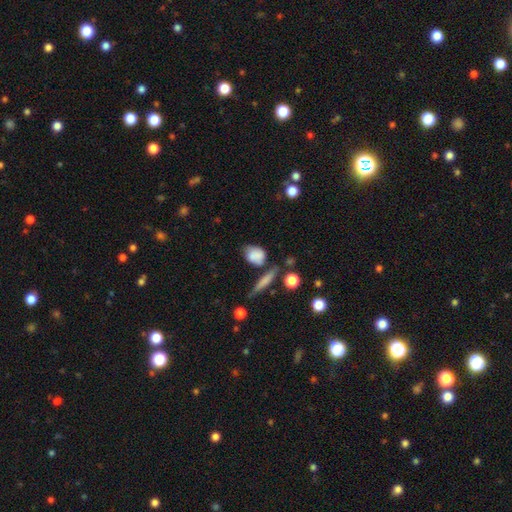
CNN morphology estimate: A smooth galaxy with no disk features (78%) that is in between round and cigar-shaped (56%).

Vote fractions:
- Smooth or featured? smooth: 78% / featured or disk: 14% / star or artifact: 9%
- How rounded? in between: 56% / round: 39% / cigar-shaped: 6%
- Merging? none: 51% / minor disturbance: 25% / merger: 15% / major disturbance: 9%